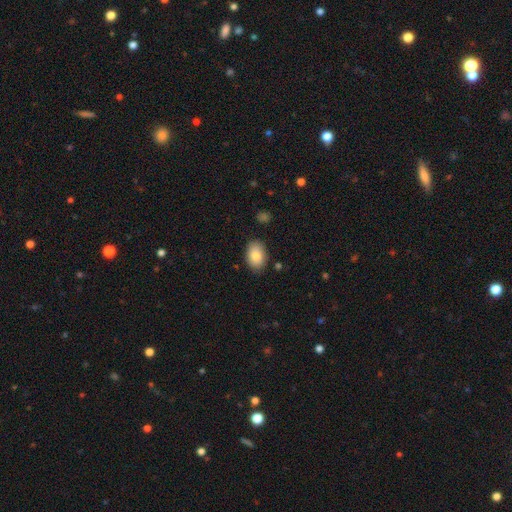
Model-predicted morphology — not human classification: Smooth or featured? Predicted: smooth (p=0.84). How rounded? Predicted: in between (p=0.86). Merging? Predicted: none (p=0.84).